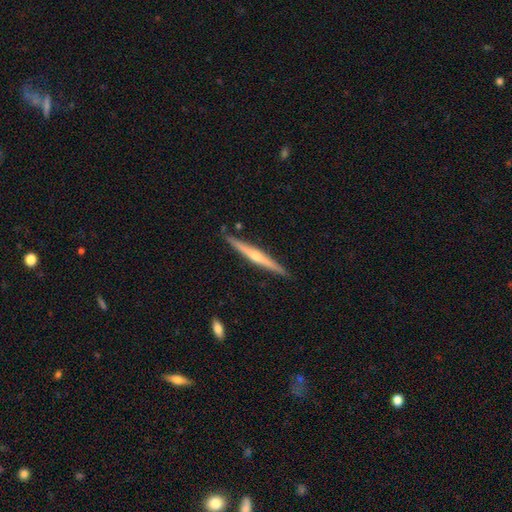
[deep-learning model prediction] A featured or disk galaxy (74%) viewed edge-on (98%) with a rounded central bulge (82%). Merging: none (89%).